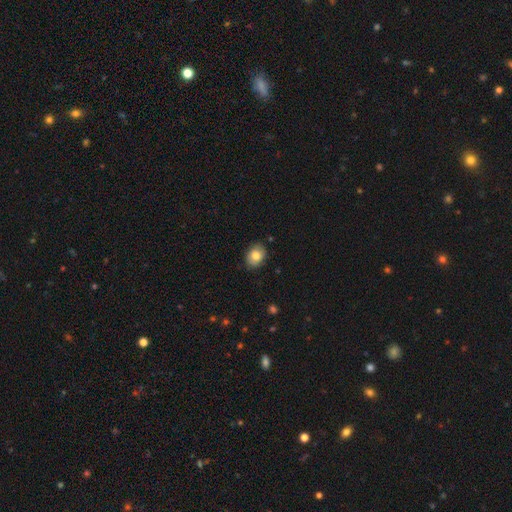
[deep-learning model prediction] smooth 81%, featured or disk 11%, star or artifact 8%. Down the decision tree: how rounded — in between (64%); merging — none (86%).